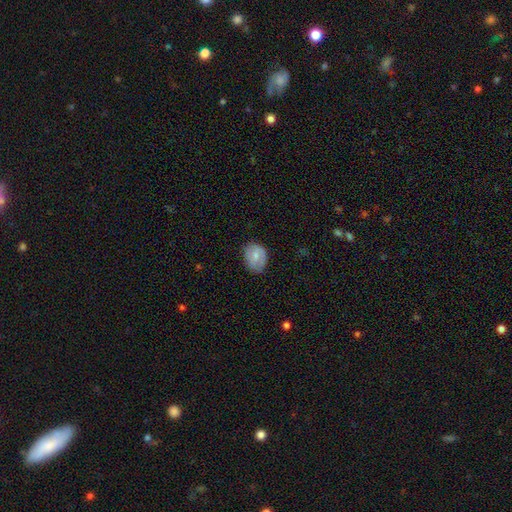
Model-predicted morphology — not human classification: Q: Smooth or featured?
A: smooth (61%); runner-up: featured or disk (32%)
Q: How rounded?
A: in between (62%); runner-up: round (37%)
Q: Merging?
A: none (70%); runner-up: minor disturbance (23%)